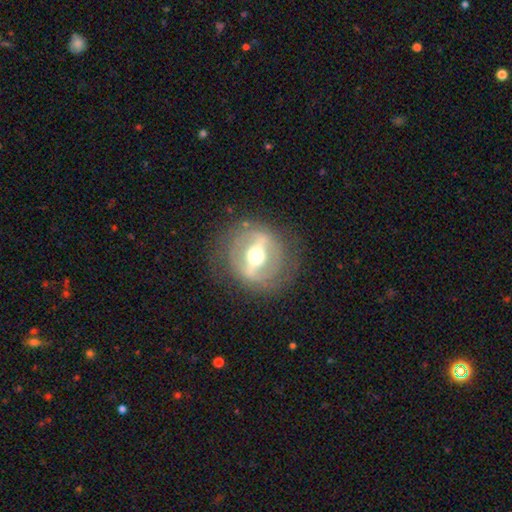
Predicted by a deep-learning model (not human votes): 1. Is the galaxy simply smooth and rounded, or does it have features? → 79% featured or disk, 15% smooth, 6% star or artifact.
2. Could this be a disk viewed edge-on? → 85% no, 15% yes.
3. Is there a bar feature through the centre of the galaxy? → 74% strong, 18% weak, 9% no.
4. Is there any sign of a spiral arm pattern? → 60% no, 40% yes.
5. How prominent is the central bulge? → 72% moderate, 16% large, 10% small, 1% dominant, 1% none.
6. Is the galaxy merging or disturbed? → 80% none, 12% minor disturbance, 7% major disturbance, 1% merger.